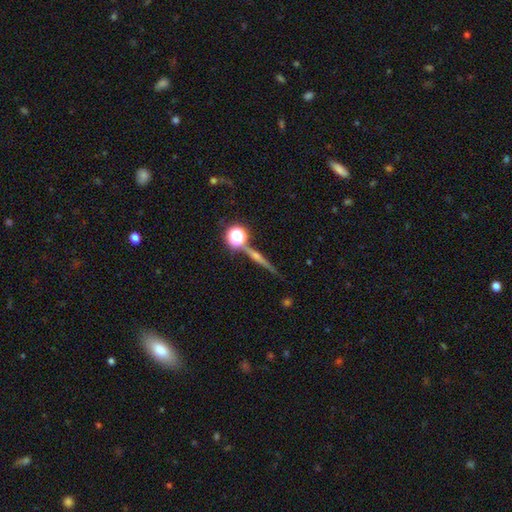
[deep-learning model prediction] Smooth or featured? Predicted: featured or disk (p=0.65). Edge-on disk? Predicted: yes (p=0.96). Edge-on bulge? Predicted: rounded (p=0.74). Merging? Predicted: none (p=0.83).